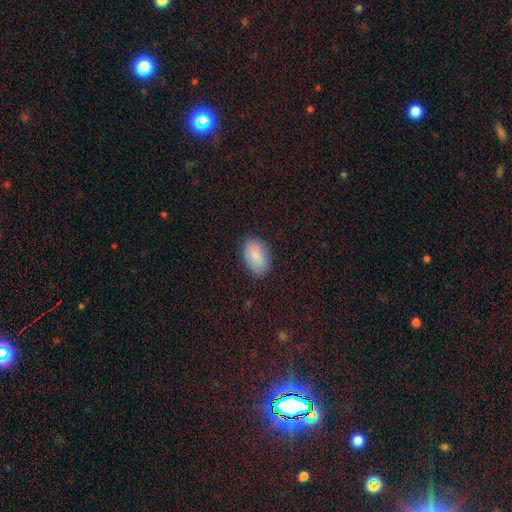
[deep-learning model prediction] smooth-or-featured: smooth: 79% | featured or disk: 12% | star or artifact: 9%
  how-rounded: in between: 88% | round: 10% | cigar-shaped: 2%
  merging: none: 70% | minor disturbance: 18% | merger: 8% | major disturbance: 4%